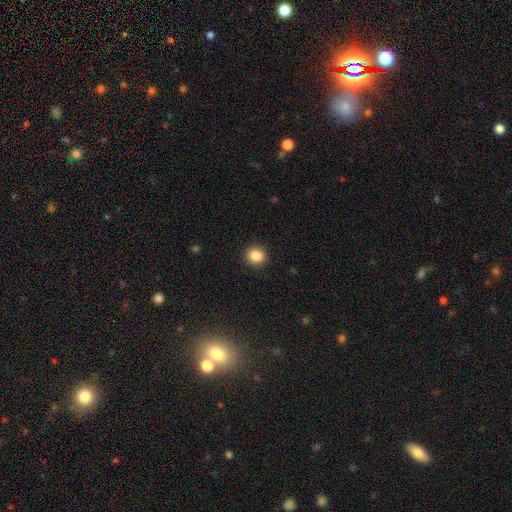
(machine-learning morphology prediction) A smooth galaxy with no disk features (87%) that is round (88%). Merging: none (91%).